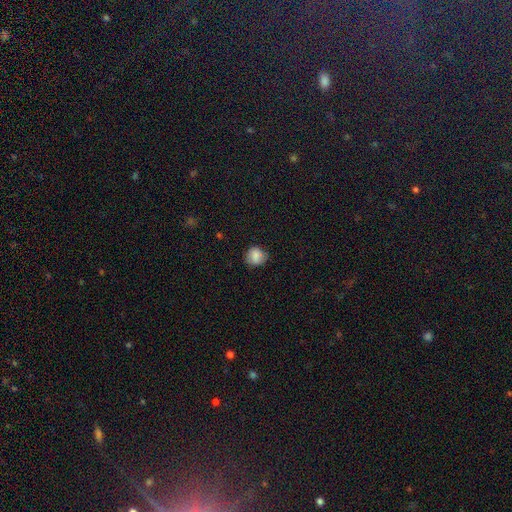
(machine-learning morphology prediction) smooth_or_featured: smooth (p=0.82) [alt: star or artifact p=0.09]
how_rounded: round (p=0.79) [alt: in between p=0.20]
merging: none (p=0.78) [alt: minor disturbance p=0.17]